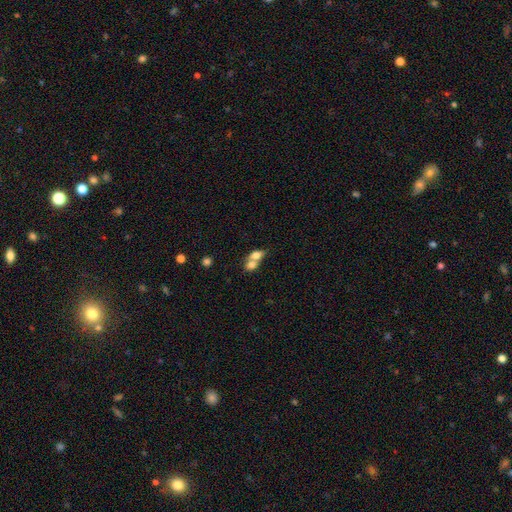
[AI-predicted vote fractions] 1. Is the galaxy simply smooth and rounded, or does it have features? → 73% smooth, 18% featured or disk, 9% star or artifact.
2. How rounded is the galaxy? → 72% in between, 25% round, 4% cigar-shaped.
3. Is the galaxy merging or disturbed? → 73% merger, 18% none, 6% minor disturbance, 4% major disturbance.